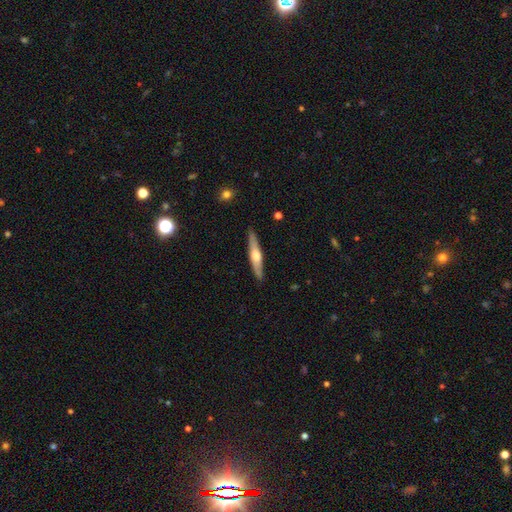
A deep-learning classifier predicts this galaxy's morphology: featured or disk 58%, smooth 37%, star or artifact 5%. Down the decision tree: edge-on disk — yes (95%); edge-on bulge — rounded (89%); merging — none (89%).